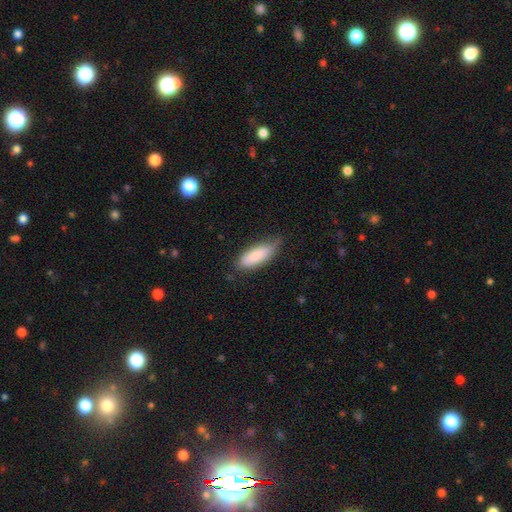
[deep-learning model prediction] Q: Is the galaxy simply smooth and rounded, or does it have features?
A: smooth — 83%.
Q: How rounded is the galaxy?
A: in between — 68%.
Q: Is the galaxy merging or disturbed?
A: none — 63%.